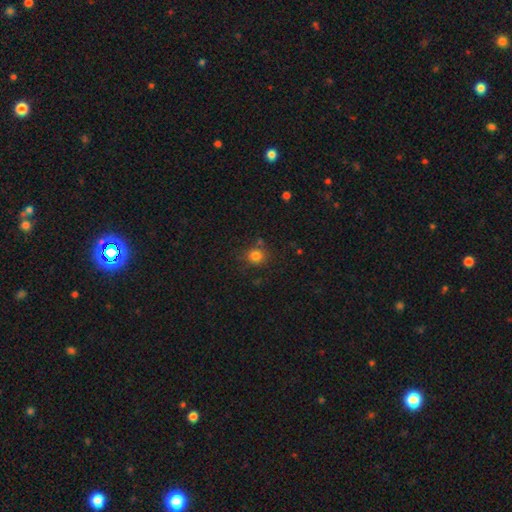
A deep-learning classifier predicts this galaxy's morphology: smooth_or_featured: smooth (p=0.80) [alt: star or artifact p=0.14]
how_rounded: round (p=0.84) [alt: in between p=0.15]
merging: none (p=0.76) [alt: minor disturbance p=0.13]